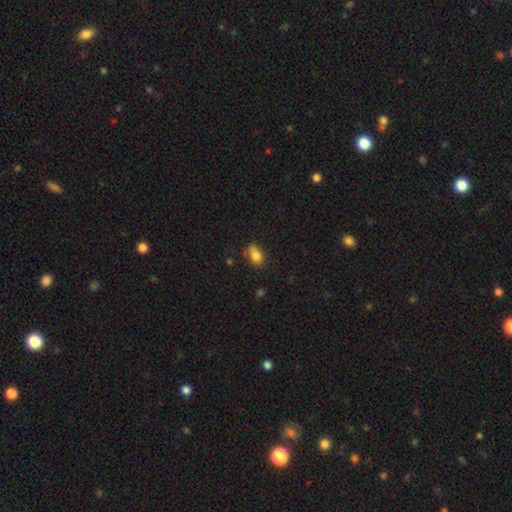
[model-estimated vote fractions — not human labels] This is clearly a smooth galaxy (80%). How rounded: likely in between (75%). Merging: possibly none (54%).